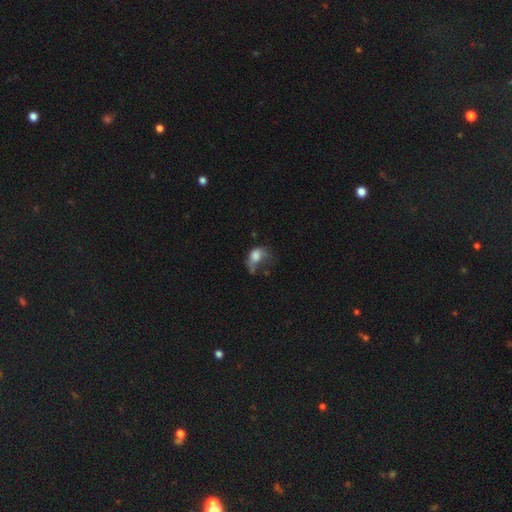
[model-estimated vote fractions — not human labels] This is possibly a smooth galaxy (59%). How rounded: likely in between (71%). Merging: possibly major disturbance (55%).